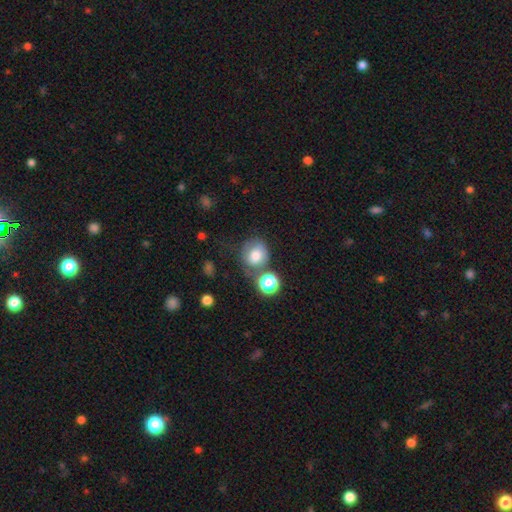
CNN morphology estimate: Smooth or featured? Predicted: smooth (p=0.73). How rounded? Predicted: round (p=0.73). Merging? Predicted: none (p=0.51).